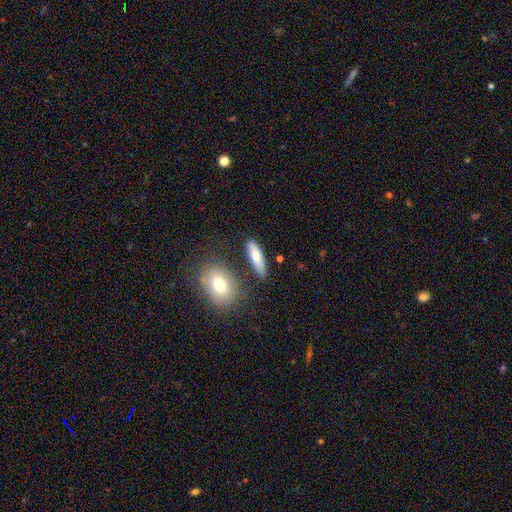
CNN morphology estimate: Overall: smooth (72%). How rounded: cigar-shaped (51%; in between 45%). Merging: none (75%).